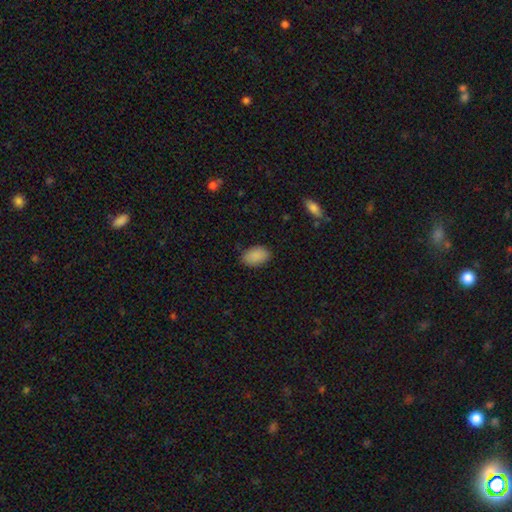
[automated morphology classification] This appears to be a smooth galaxy with no disk features (89%) that is in between round and cigar-shaped (92%). Merging: none (86%).